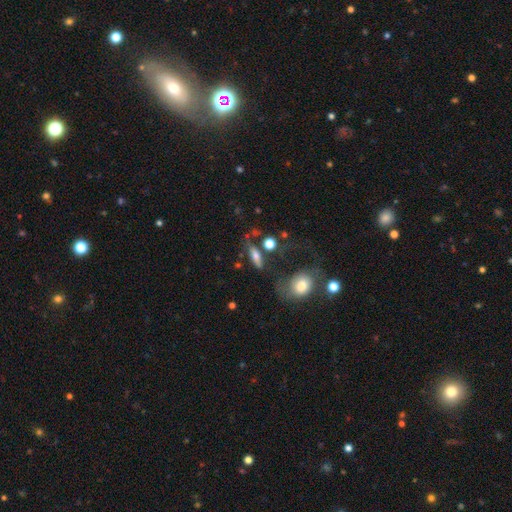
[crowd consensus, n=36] Morphology: type=smooth (61%); roundness=cigar-shaped (64%); merging=none (66%).